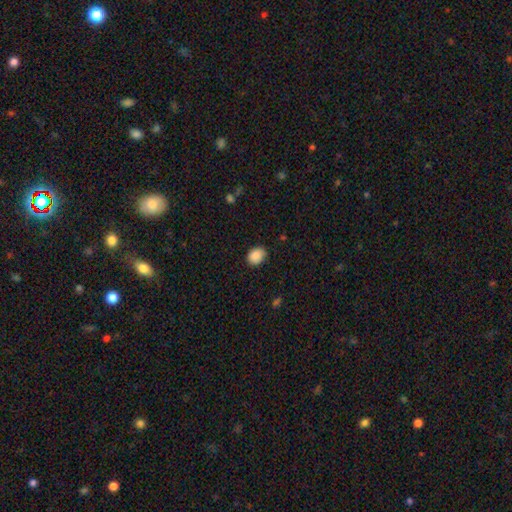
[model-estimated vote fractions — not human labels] Smooth or featured?
  - smooth: 88% *
  - star or artifact: 8%
  - featured or disk: 4%
How rounded?
  - in between: 55% *
  - round: 44%
  - cigar-shaped: 1%
Merging?
  - none: 81% *
  - minor disturbance: 15%
  - major disturbance: 3%
  - merger: 1%